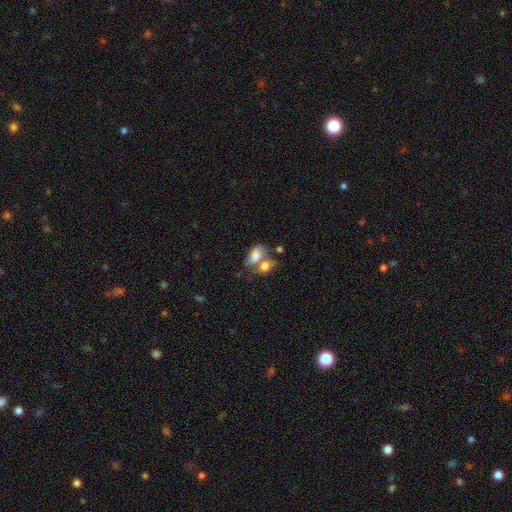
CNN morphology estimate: This is likely a smooth galaxy (75%). How rounded: clearly in between (85%). Merging: likely merger (60%).